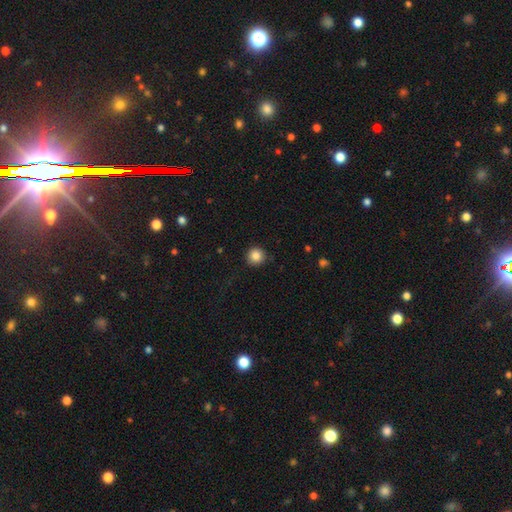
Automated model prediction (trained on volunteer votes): A smooth galaxy with no disk features (86%) that is round (94%).

Vote fractions:
- Smooth or featured? smooth: 86% / star or artifact: 10% / featured or disk: 5%
- How rounded? round: 94% / in between: 5% / cigar-shaped: 1%
- Merging? none: 89% / minor disturbance: 7% / major disturbance: 2% / merger: 1%